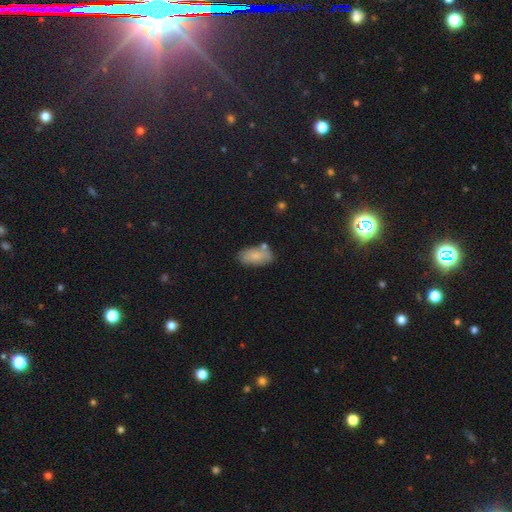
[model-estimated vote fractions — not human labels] This is likely a smooth galaxy (80%). How rounded: clearly in between (92%). Merging: likely none (67%).